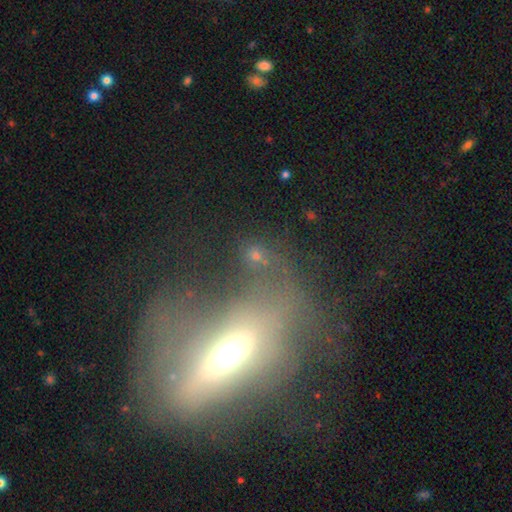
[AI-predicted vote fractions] A featured or disk galaxy (46%). Merging: major disturbance (37%, tied with none).